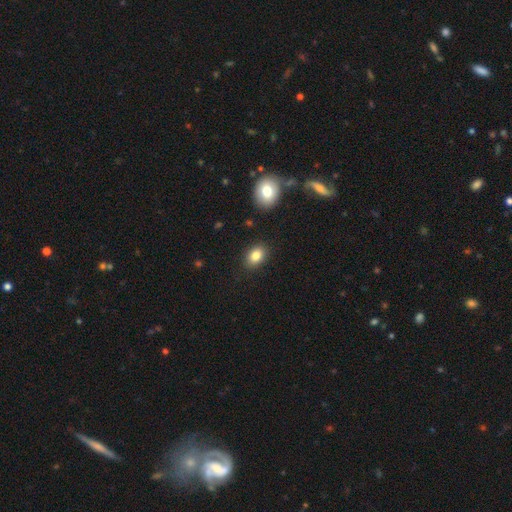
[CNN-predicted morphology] The model was most divided on "how rounded": in between: 76%, round: 22%, cigar-shaped: 1%. More confident: merging — none (86%); smooth or featured — smooth (82%).